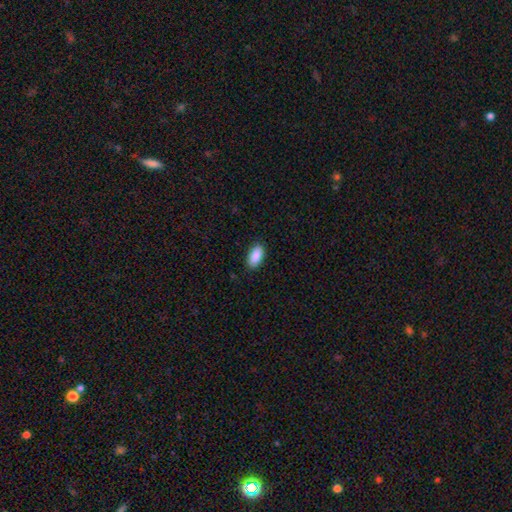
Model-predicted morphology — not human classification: smooth-or-featured: smooth: 90% | star or artifact: 6% | featured or disk: 4%
  how-rounded: in between: 92% | cigar-shaped: 6% | round: 2%
  merging: none: 88% | minor disturbance: 9% | major disturbance: 2% | merger: 1%